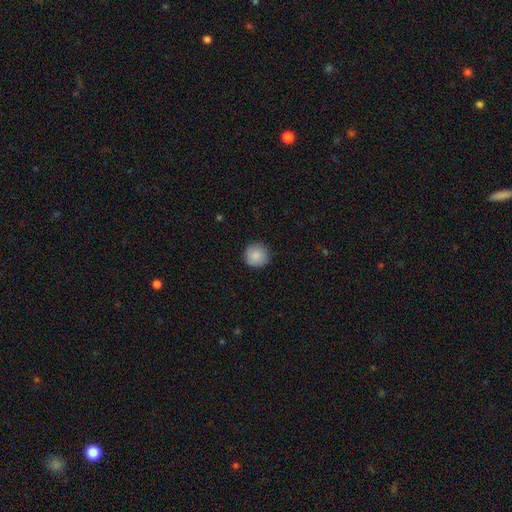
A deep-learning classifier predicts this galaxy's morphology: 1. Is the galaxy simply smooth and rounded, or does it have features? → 87% smooth, 8% star or artifact, 5% featured or disk.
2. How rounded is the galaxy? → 94% round, 5% in between, 1% cigar-shaped.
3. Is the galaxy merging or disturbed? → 91% none, 7% minor disturbance, 2% major disturbance, 1% merger.